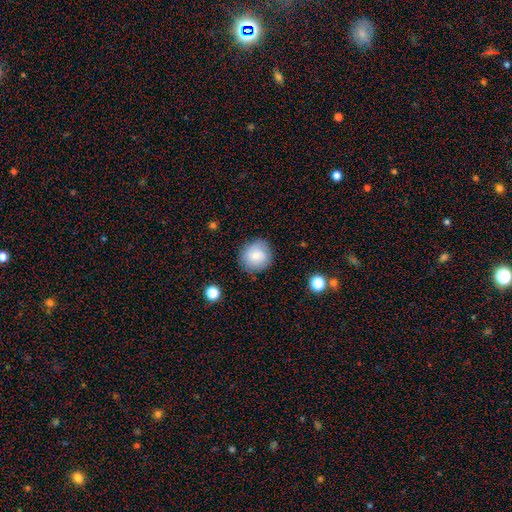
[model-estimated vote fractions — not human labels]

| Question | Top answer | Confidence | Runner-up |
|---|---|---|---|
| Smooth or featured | smooth | 74% | featured or disk (18%) |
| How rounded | round | 90% | in between (9%) |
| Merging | none | 82% | minor disturbance (13%) |